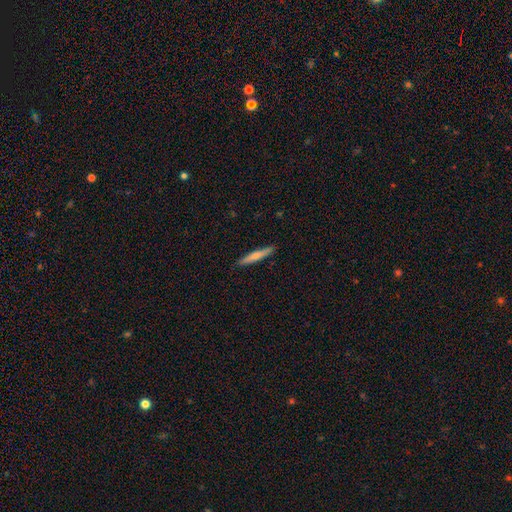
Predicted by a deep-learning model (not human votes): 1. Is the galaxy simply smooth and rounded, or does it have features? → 61% smooth, 33% featured or disk, 5% star or artifact.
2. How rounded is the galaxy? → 93% cigar-shaped, 5% in between, 1% round.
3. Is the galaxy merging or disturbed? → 90% none, 7% minor disturbance, 1% major disturbance, 1% merger.